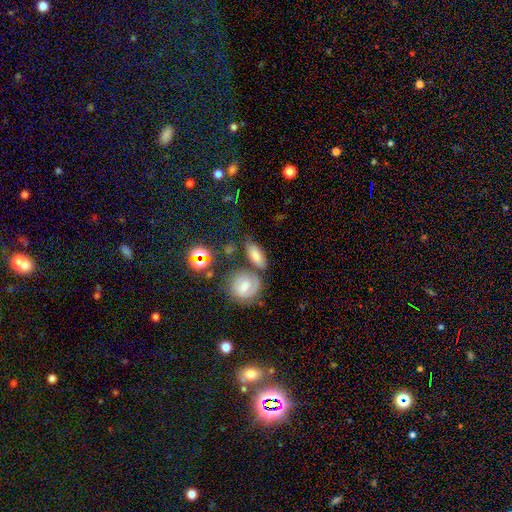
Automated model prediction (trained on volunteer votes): A smooth galaxy with no disk features (69%) that is in between round and cigar-shaped (69%). Merging: none (62%).